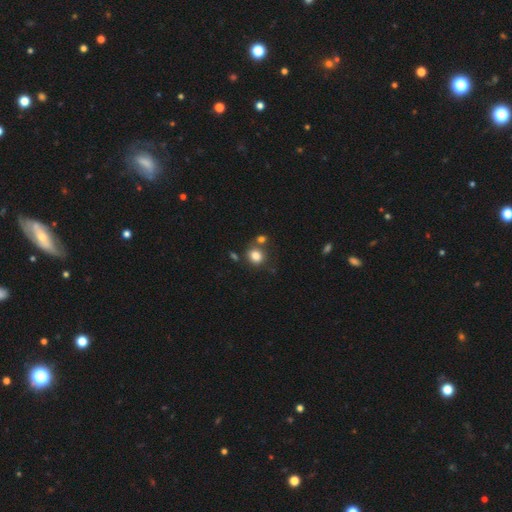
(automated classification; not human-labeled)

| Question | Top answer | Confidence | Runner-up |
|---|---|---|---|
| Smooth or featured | smooth | 83% | star or artifact (11%) |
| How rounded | round | 67% | in between (32%) |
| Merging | none | 65% | merger (17%) |